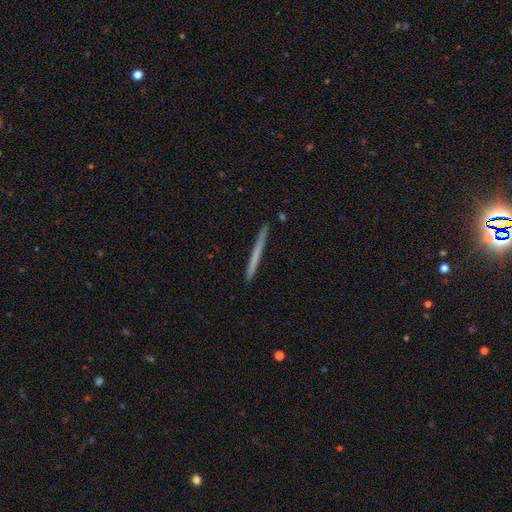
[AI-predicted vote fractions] Smooth or featured: smooth — 56% (featured or disk — 39%)
How rounded: cigar-shaped — 97% (in between — 1%)
Merging: none — 92% (minor disturbance — 5%)